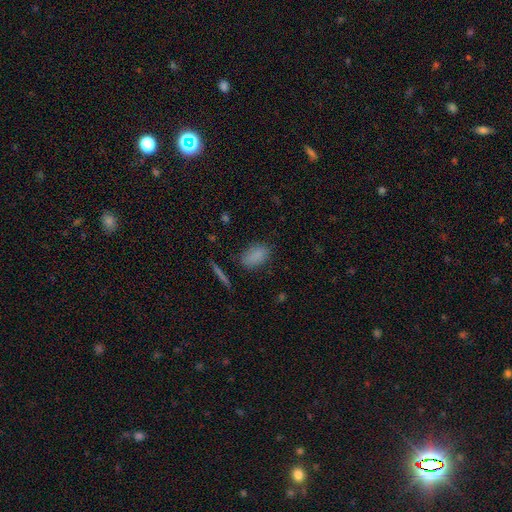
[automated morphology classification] A smooth galaxy with no disk features (84%) that is in between round and cigar-shaped (89%).

Vote fractions:
- Smooth or featured? smooth: 84% / star or artifact: 10% / featured or disk: 6%
- How rounded? in between: 89% / round: 8% / cigar-shaped: 3%
- Merging? none: 78% / minor disturbance: 15% / major disturbance: 4% / merger: 3%